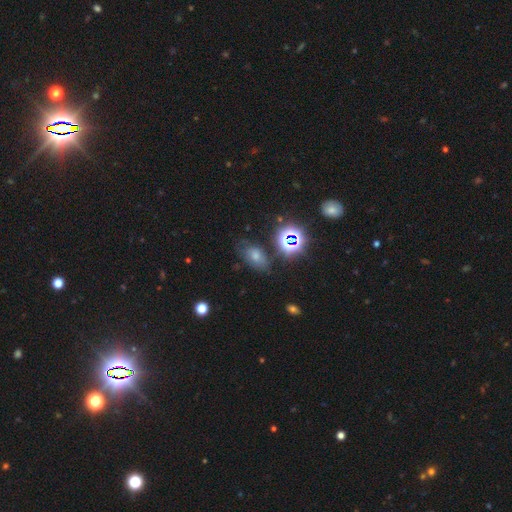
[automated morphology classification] smooth_or_featured: star or artifact (p=0.44) [alt: smooth p=0.37]